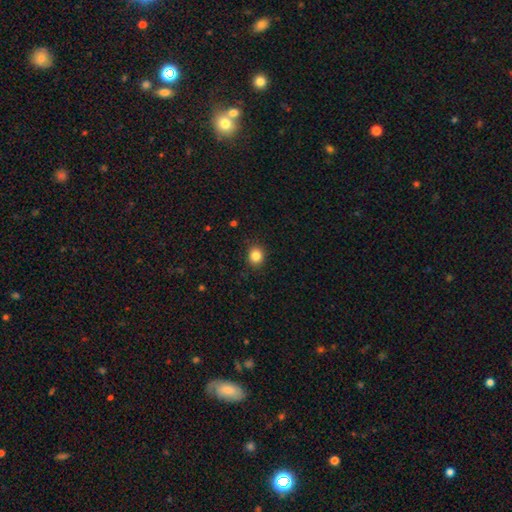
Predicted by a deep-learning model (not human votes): This appears to be a smooth galaxy with no disk features (85%) that is round (75%). Merging: none (89%).